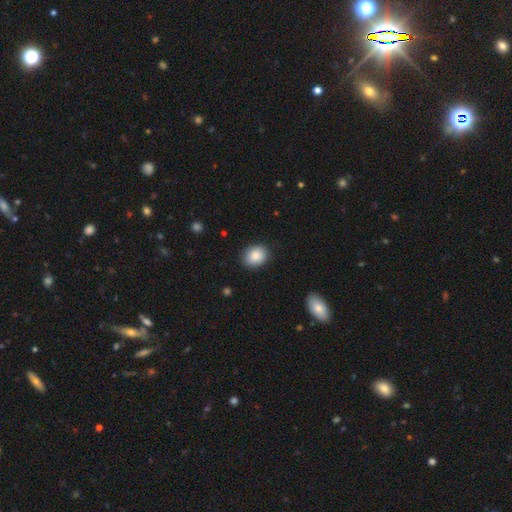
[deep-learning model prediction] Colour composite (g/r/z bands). It shows a smooth galaxy with no disk features (86%) that is in between round and cigar-shaped (52%). Merging: none (87%).